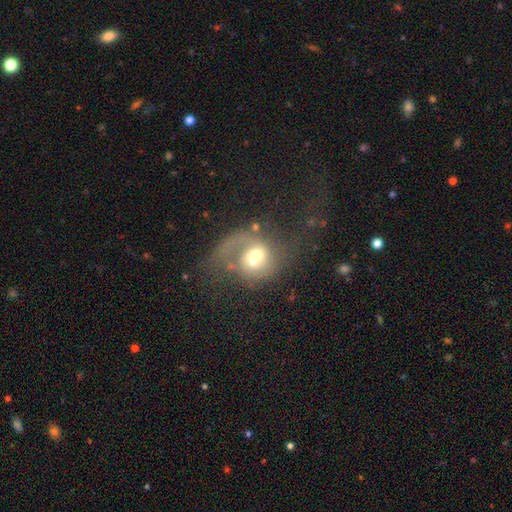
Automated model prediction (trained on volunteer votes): Smooth or featured: featured or disk — 62% (smooth — 29%)
Edge-on disk: no — 97% (yes — 3%)
Bar: no — 68% (weak — 26%)
Spiral arms: yes — 75% (no — 25%)
Bulge size: moderate — 63% (small — 18%)
Merging: merger — 35% (major disturbance — 30%)